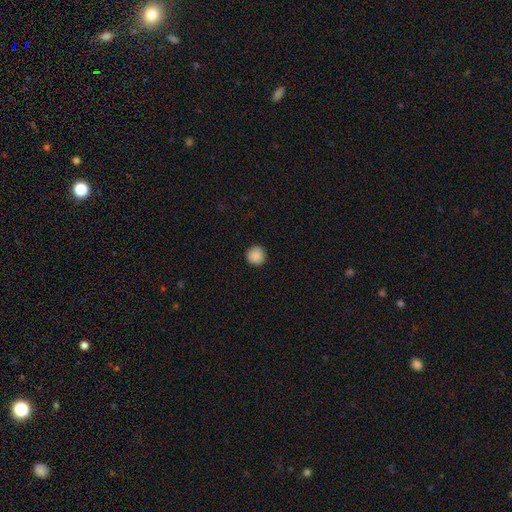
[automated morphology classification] Smooth or featured?
  - smooth: 89% *
  - star or artifact: 8%
  - featured or disk: 2%
How rounded?
  - round: 96% *
  - in between: 3%
  - cigar-shaped: 1%
Merging?
  - none: 93% *
  - minor disturbance: 5%
  - major disturbance: 2%
  - merger: 1%